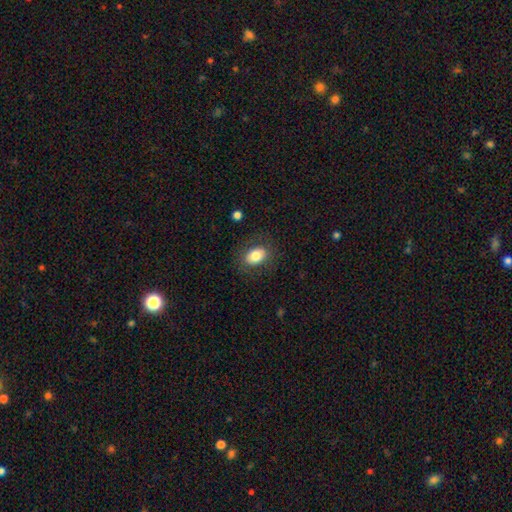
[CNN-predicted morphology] This is clearly a smooth galaxy (81%). How rounded: likely in between (77%). Merging: clearly none (83%).